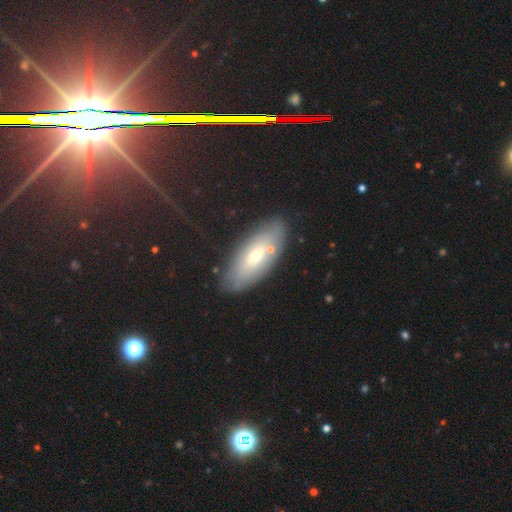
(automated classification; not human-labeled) Smooth or featured? Predicted: featured or disk (p=0.47). Merging? Predicted: none (p=0.80).